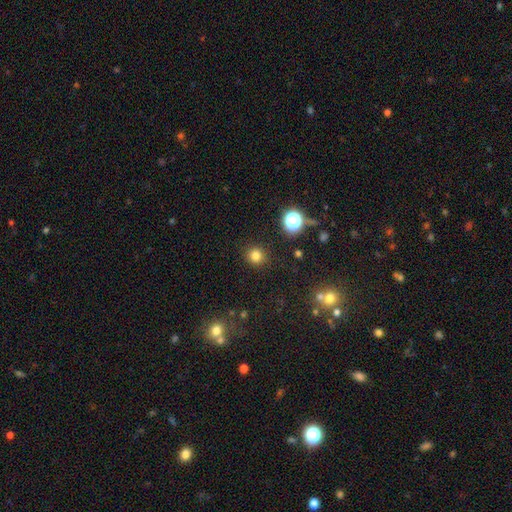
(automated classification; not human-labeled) This appears to be a smooth galaxy with no disk features (79%) that is round (91%). Merging: none (90%).